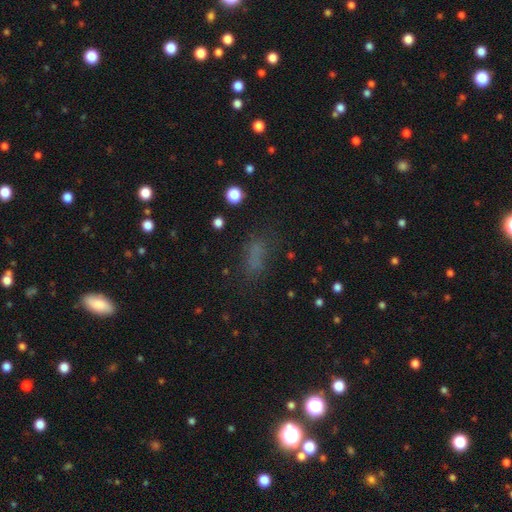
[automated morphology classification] smooth-or-featured: smooth: 67% | star or artifact: 23% | featured or disk: 11%
  how-rounded: in between: 76% | cigar-shaped: 14% | round: 10%
  merging: none: 64% | minor disturbance: 18% | major disturbance: 14% | merger: 4%